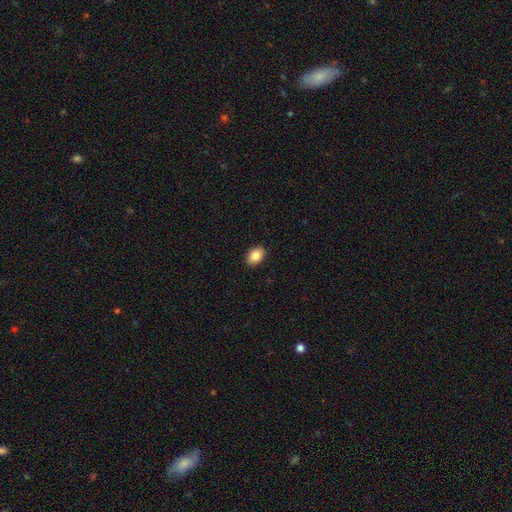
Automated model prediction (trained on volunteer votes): A smooth galaxy with no disk features (85%) that is in between round and cigar-shaped (78%).

Vote fractions:
- Smooth or featured? smooth: 85% / star or artifact: 8% / featured or disk: 7%
- How rounded? in between: 78% / round: 21% / cigar-shaped: 1%
- Merging? none: 90% / minor disturbance: 7% / major disturbance: 2% / merger: 1%